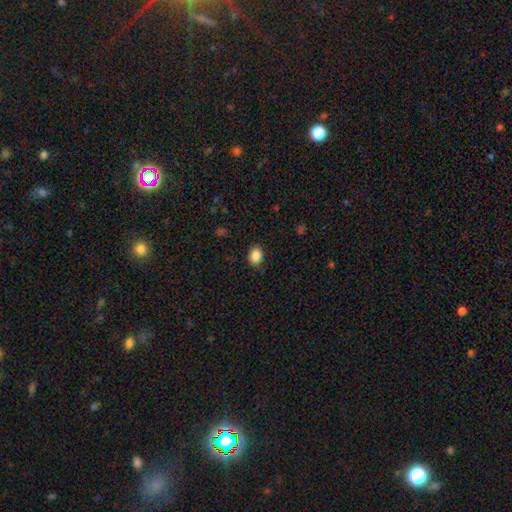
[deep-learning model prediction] smooth 88%, star or artifact 9%, featured or disk 3%. Down the decision tree: how rounded — in between (56%); merging — none (86%).